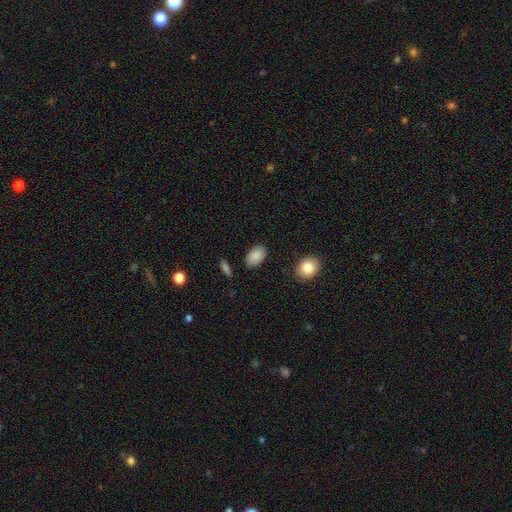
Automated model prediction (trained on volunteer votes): This is clearly a smooth galaxy (88%). How rounded: clearly in between (92%). Merging: clearly none (85%).